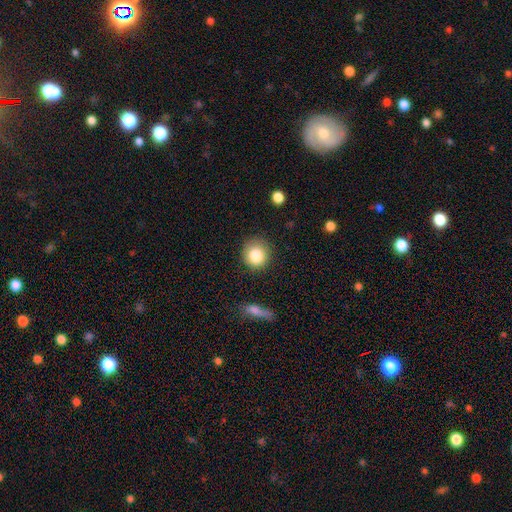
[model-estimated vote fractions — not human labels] smooth_or_featured: smooth (p=0.84) [alt: star or artifact p=0.09]
how_rounded: round (p=0.89) [alt: in between p=0.10]
merging: none (p=0.84) [alt: minor disturbance p=0.11]